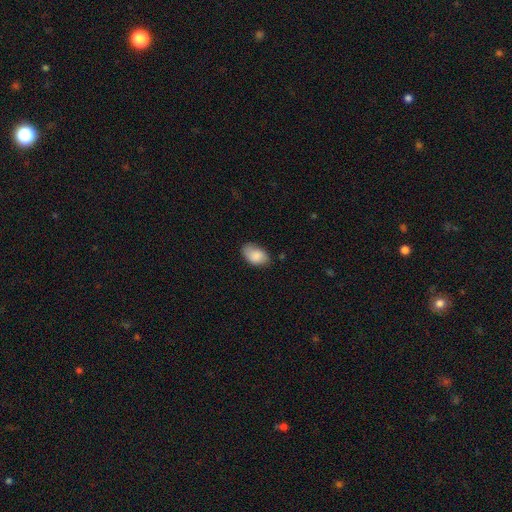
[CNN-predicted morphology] Smooth or featured? Predicted: smooth (p=0.85). How rounded? Predicted: in between (p=0.91). Merging? Predicted: none (p=0.70).